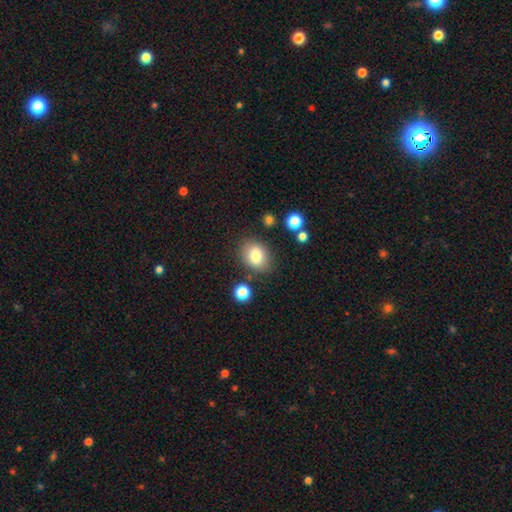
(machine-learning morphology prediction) smooth_or_featured: smooth (p=0.80) [alt: featured or disk p=0.10]
how_rounded: in between (p=0.63) [alt: round p=0.36]
merging: none (p=0.79) [alt: minor disturbance p=0.12]